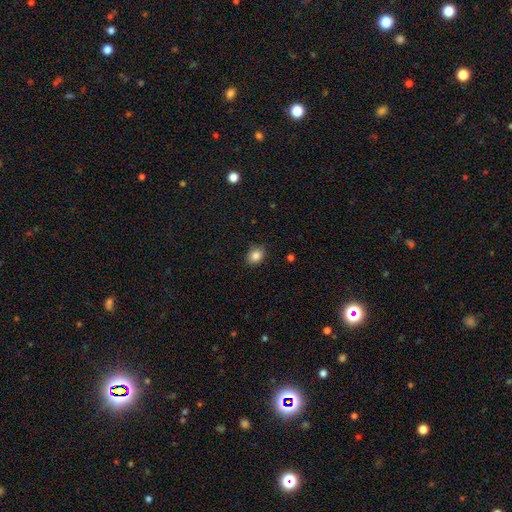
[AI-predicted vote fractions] Smooth or featured? smooth (84%)
How rounded? in between (62%)
Merging? none (85%)